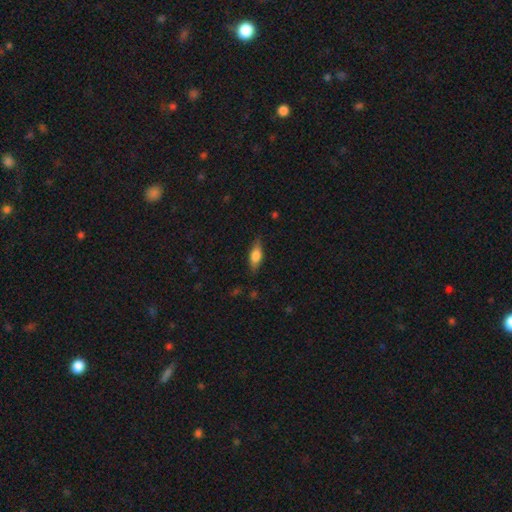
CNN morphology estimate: smooth 68%, featured or disk 25%, star or artifact 7%. Down the decision tree: how rounded — in between (71%); merging — none (80%).